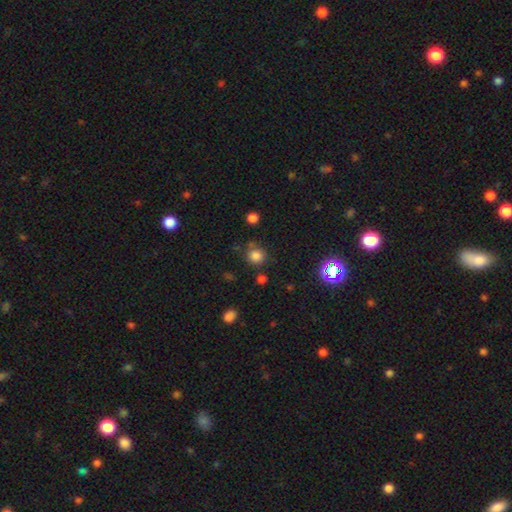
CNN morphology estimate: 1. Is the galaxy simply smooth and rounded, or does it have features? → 79% smooth, 16% star or artifact, 5% featured or disk.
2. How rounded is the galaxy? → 88% round, 11% in between, 1% cigar-shaped.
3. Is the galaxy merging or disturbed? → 75% none, 12% minor disturbance, 8% merger, 5% major disturbance.